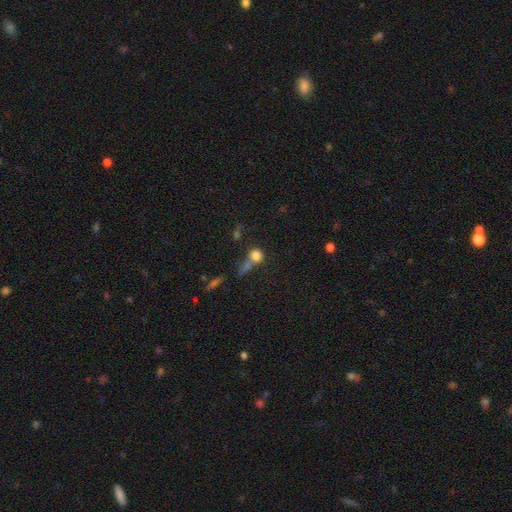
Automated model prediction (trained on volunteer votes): The model was most divided on "merging": none: 46%, merger: 34%, minor disturbance: 12%, major disturbance: 9%. More confident: how rounded — round (81%); smooth or featured — smooth (77%).